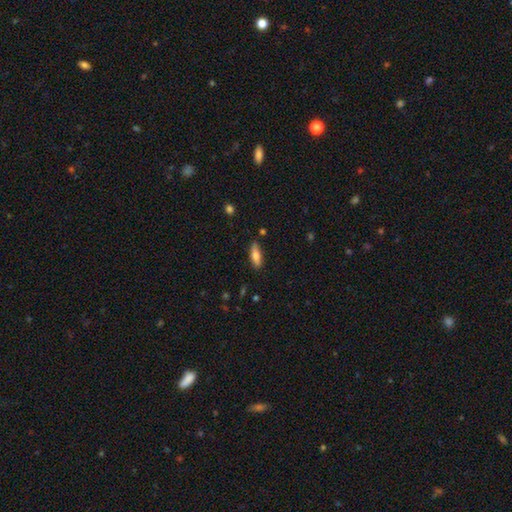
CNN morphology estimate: smooth-or-featured: smooth: 74% | featured or disk: 19% | star or artifact: 6%
  how-rounded: in between: 57% | cigar-shaped: 41% | round: 2%
  merging: none: 82% | minor disturbance: 14% | major disturbance: 2% | merger: 2%